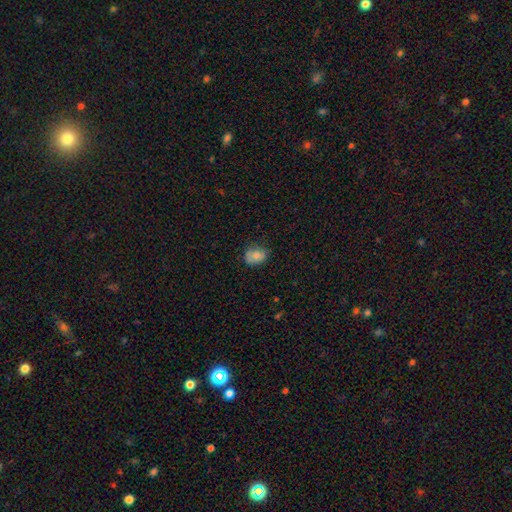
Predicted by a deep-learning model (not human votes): Overall: smooth (68%). How rounded: in between (56%; round 43%). Merging: none (63%; minor disturbance 27%).